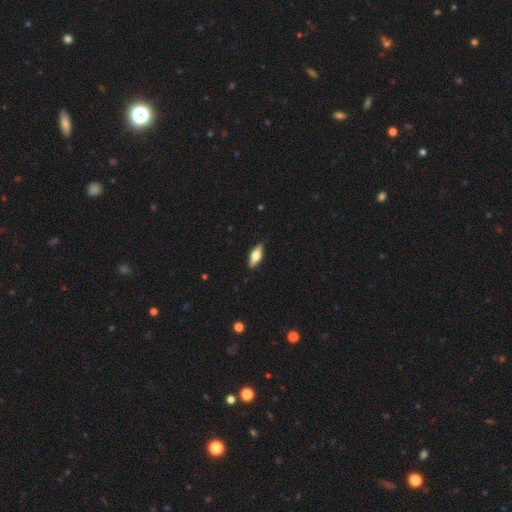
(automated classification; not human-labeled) Smooth or featured?
  - smooth: 59% *
  - featured or disk: 35%
  - star or artifact: 6%
How rounded?
  - in between: 69% *
  - cigar-shaped: 28%
  - round: 3%
Merging?
  - none: 86% *
  - minor disturbance: 11%
  - major disturbance: 2%
  - merger: 1%